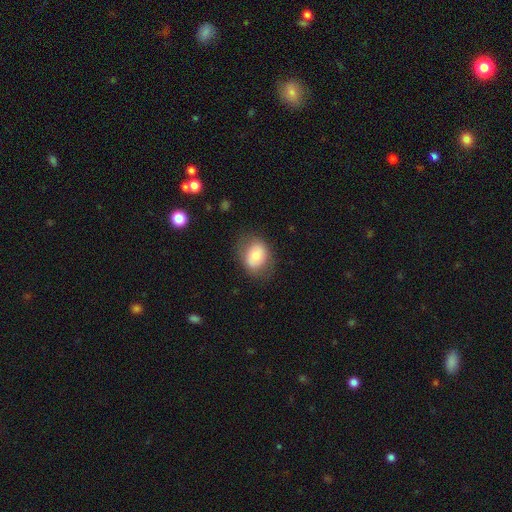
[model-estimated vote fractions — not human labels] Smooth or featured? Predicted: smooth (p=0.72). How rounded? Predicted: in between (p=0.58). Merging? Predicted: none (p=0.74).